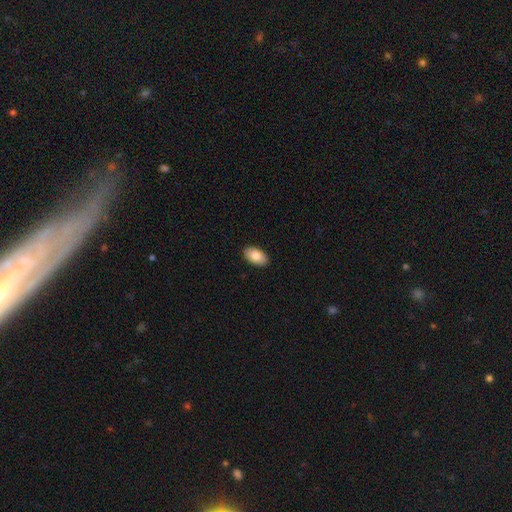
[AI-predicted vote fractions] Smooth or featured?
  - smooth: 83% *
  - featured or disk: 10%
  - star or artifact: 6%
How rounded?
  - in between: 94% *
  - round: 5%
  - cigar-shaped: 1%
Merging?
  - none: 90% *
  - minor disturbance: 7%
  - major disturbance: 2%
  - merger: 1%